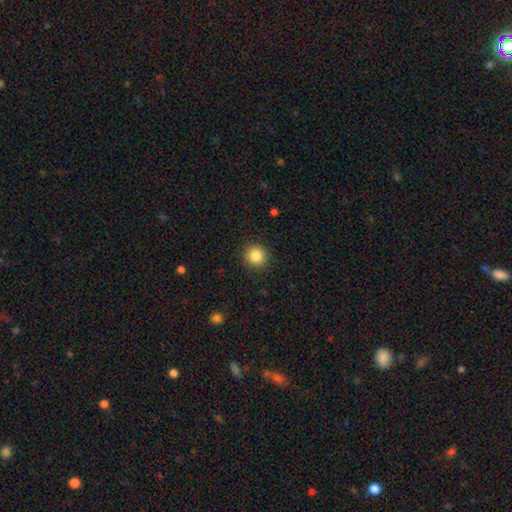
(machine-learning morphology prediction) A smooth galaxy with no disk features (85%) that is round (93%).

Vote fractions:
- Smooth or featured? smooth: 85% / star or artifact: 10% / featured or disk: 4%
- How rounded? round: 93% / in between: 6% / cigar-shaped: 1%
- Merging? none: 91% / minor disturbance: 6% / major disturbance: 2% / merger: 1%